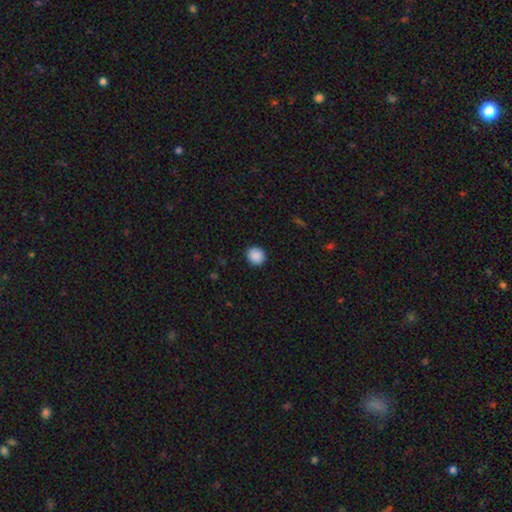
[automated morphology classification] This is clearly a smooth galaxy (89%). How rounded: clearly round (87%). Merging: clearly none (91%).